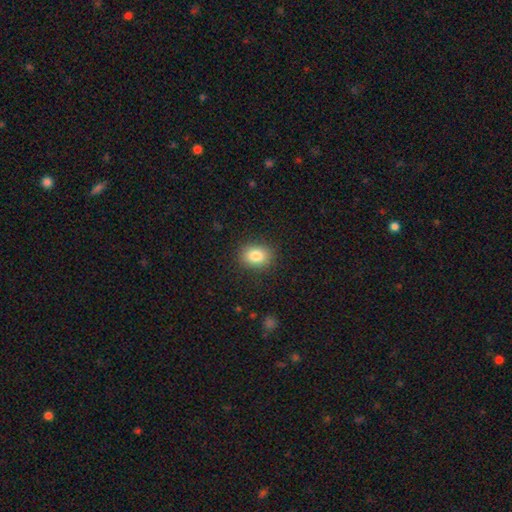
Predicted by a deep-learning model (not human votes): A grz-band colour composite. It shows a smooth galaxy with no disk features (84%) that is in between round and cigar-shaped (55%). Merging: none (87%).